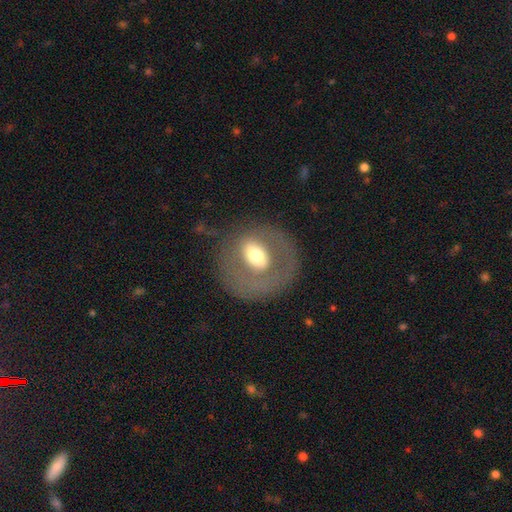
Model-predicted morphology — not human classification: smooth-or-featured: featured or disk: 53% | smooth: 40% | star or artifact: 8%
  disk-edge-on: no: 93% | yes: 7%
  merging: none: 61% | major disturbance: 20% | minor disturbance: 17% | merger: 2%